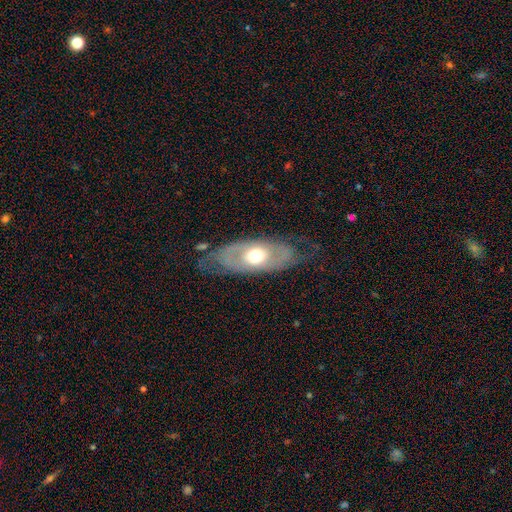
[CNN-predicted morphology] smooth-or-featured: featured or disk: 57% | smooth: 36% | star or artifact: 6%
  disk-edge-on: no: 83% | yes: 17%
  merging: none: 67% | minor disturbance: 20% | major disturbance: 11% | merger: 2%